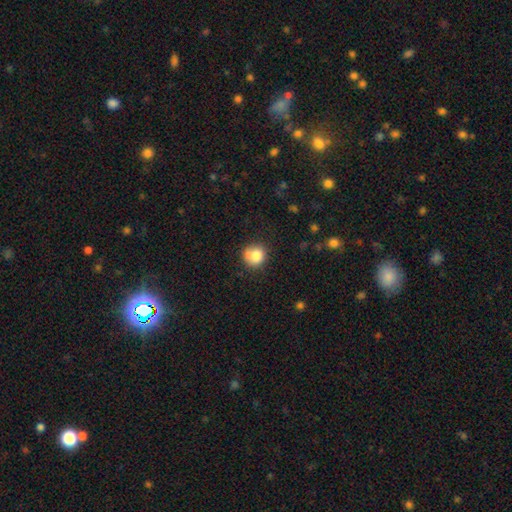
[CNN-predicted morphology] The model was most divided on "merging": none: 57%, minor disturbance: 20%, merger: 16%, major disturbance: 7%. More confident: how rounded — round (81%); smooth or featured — smooth (80%).